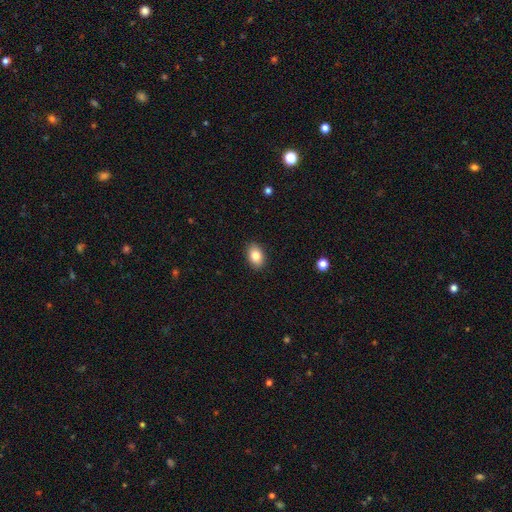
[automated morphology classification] Q: Smooth or featured?
A: smooth (83%); runner-up: featured or disk (9%)
Q: How rounded?
A: in between (82%); runner-up: round (17%)
Q: Merging?
A: none (89%); runner-up: minor disturbance (8%)